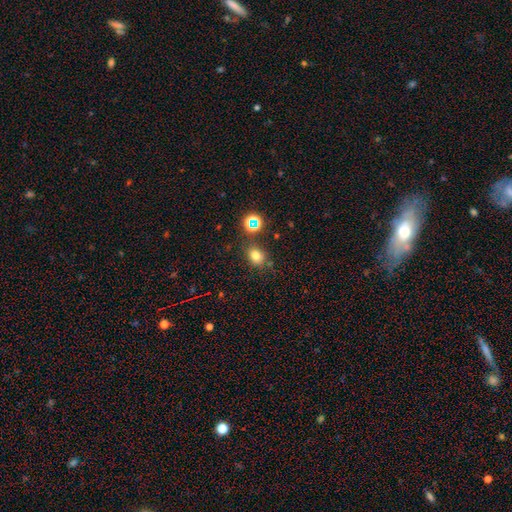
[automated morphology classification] smooth_or_featured: smooth (p=0.73) [alt: star or artifact p=0.19]
how_rounded: round (p=0.58) [alt: in between p=0.41]
merging: none (p=0.76) [alt: minor disturbance p=0.13]